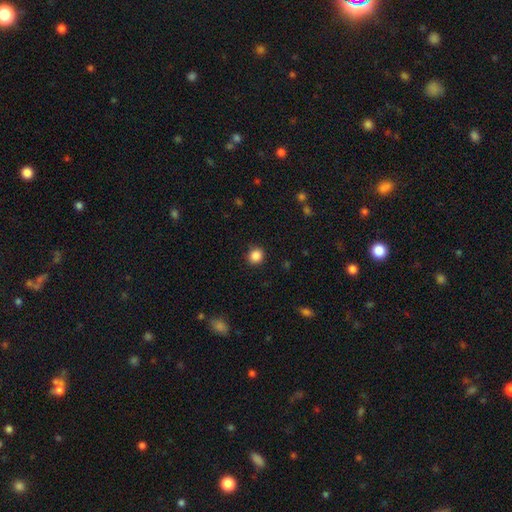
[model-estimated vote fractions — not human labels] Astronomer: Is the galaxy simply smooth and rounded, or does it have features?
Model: smooth — 87%.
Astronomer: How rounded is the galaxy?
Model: round — 83%.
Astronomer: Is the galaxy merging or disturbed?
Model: none — 90%.